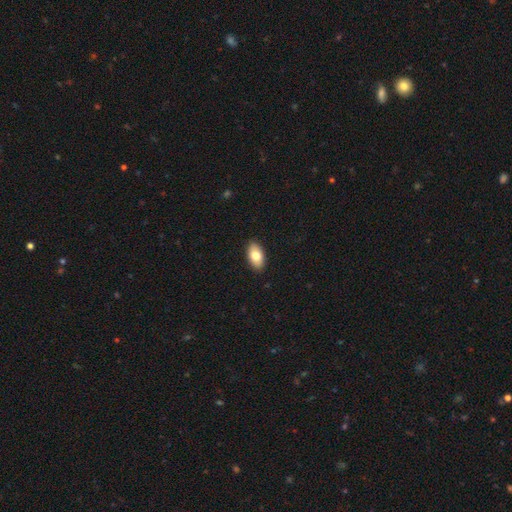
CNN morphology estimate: Q: Smooth or featured?
A: smooth (79%); runner-up: featured or disk (15%)
Q: How rounded?
A: in between (93%); runner-up: round (4%)
Q: Merging?
A: none (90%); runner-up: minor disturbance (8%)